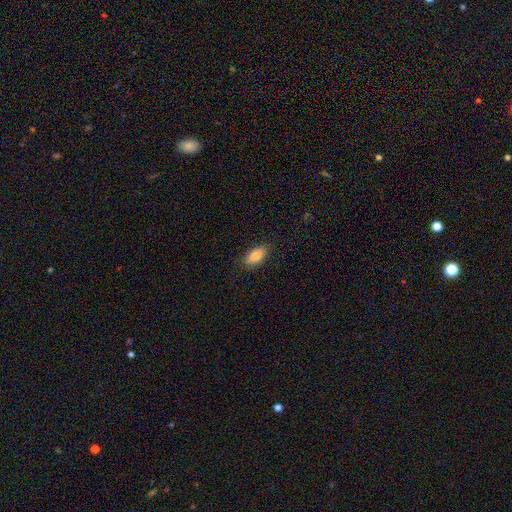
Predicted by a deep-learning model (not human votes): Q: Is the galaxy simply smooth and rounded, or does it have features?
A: smooth — 86%.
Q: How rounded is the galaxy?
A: in between — 88%.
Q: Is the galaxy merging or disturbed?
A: none — 85%.